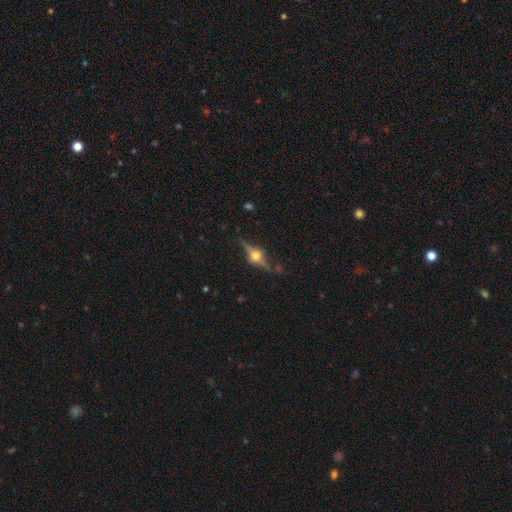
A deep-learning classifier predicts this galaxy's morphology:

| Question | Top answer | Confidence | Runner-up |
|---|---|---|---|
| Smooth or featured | featured or disk | 83% | smooth (8%) |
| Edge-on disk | yes | 96% | no (4%) |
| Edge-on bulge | rounded | 96% | boxy (3%) |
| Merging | none | 85% | minor disturbance (11%) |